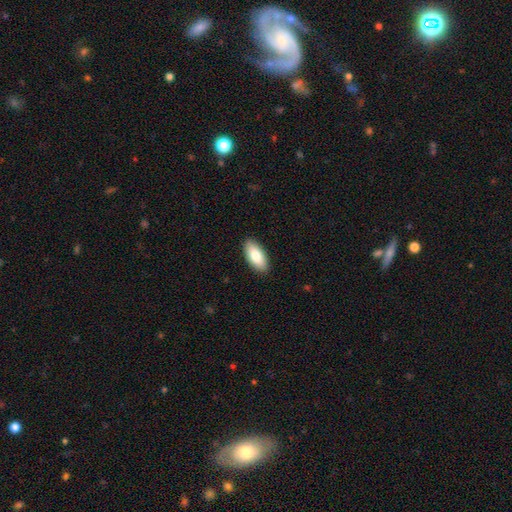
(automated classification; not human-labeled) Smooth or featured? smooth (83%)
How rounded? in between (91%)
Merging? none (90%)